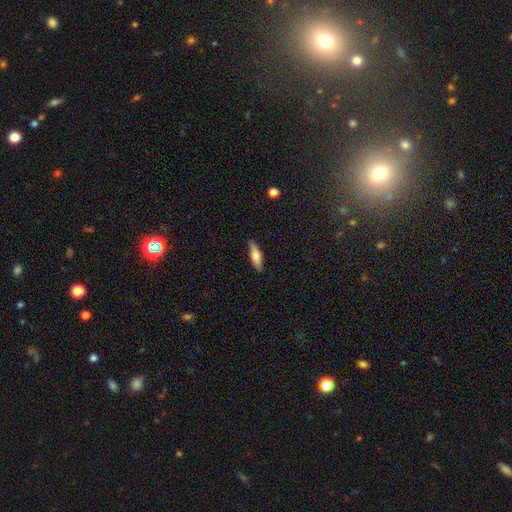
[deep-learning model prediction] Smooth or featured: smooth — 73% (featured or disk — 21%)
How rounded: cigar-shaped — 63% (in between — 35%)
Merging: none — 86% (minor disturbance — 11%)